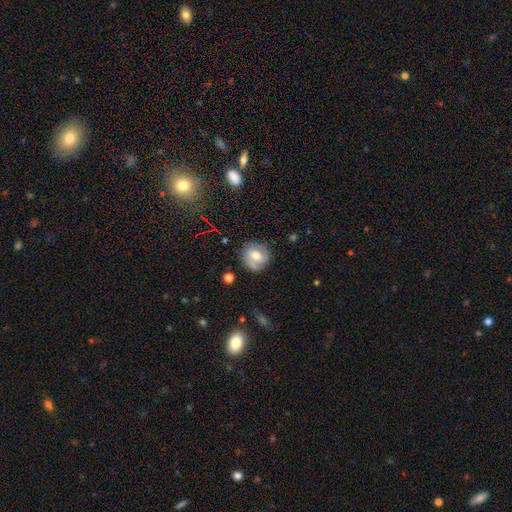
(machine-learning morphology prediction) smooth_or_featured: featured or disk (p=0.46) [alt: smooth p=0.45]
merging: none (p=0.77) [alt: minor disturbance p=0.16]